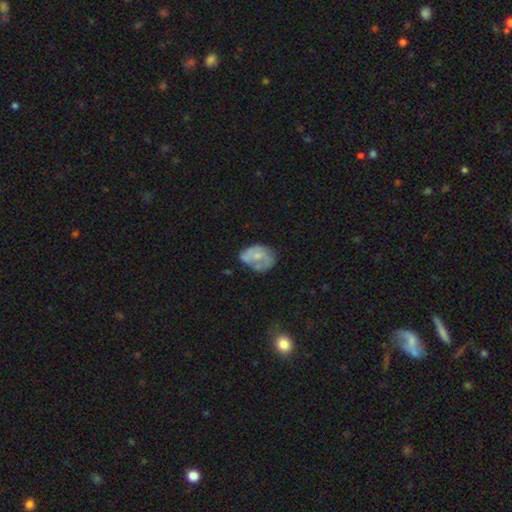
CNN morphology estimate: smooth-or-featured: featured or disk: 54% | smooth: 39% | star or artifact: 7%
  disk-edge-on: no: 97% | yes: 3%
    bar: no: 79% | weak: 18% | strong: 3%
    has-spiral-arms: no: 52% | yes: 48%
    bulge-size: small: 48% | moderate: 36% | none: 13% | large: 2% | dominant: 1%
  merging: none: 48% | minor disturbance: 30% | major disturbance: 17% | merger: 5%